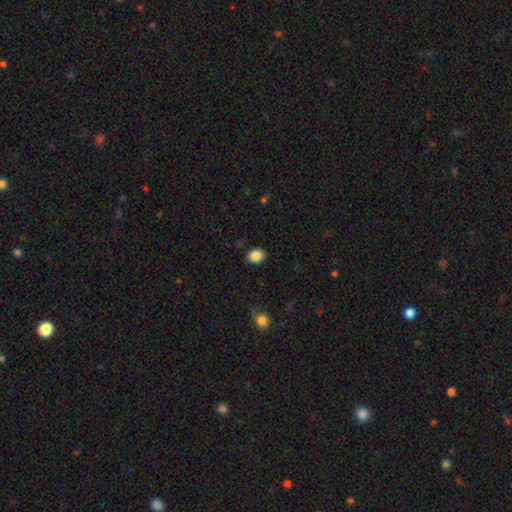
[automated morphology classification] smooth-or-featured: smooth: 87% | star or artifact: 9% | featured or disk: 4%
  how-rounded: round: 56% | in between: 44% | cigar-shaped: 1%
  merging: none: 89% | minor disturbance: 8% | major disturbance: 2% | merger: 1%